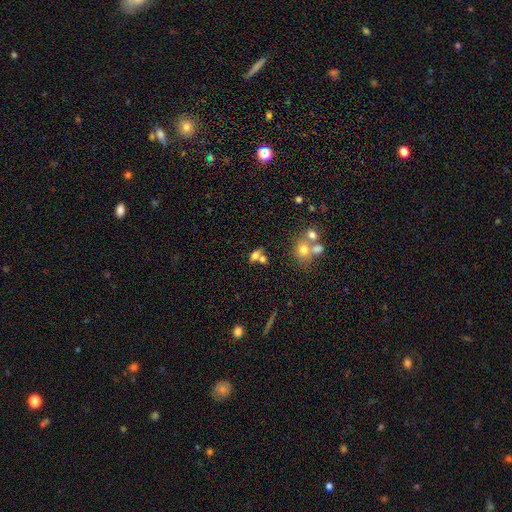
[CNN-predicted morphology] Smooth or featured: smooth — 67% (featured or disk — 17%)
How rounded: in between — 68% (round — 27%)
Merging: merger — 42% (none — 41%)